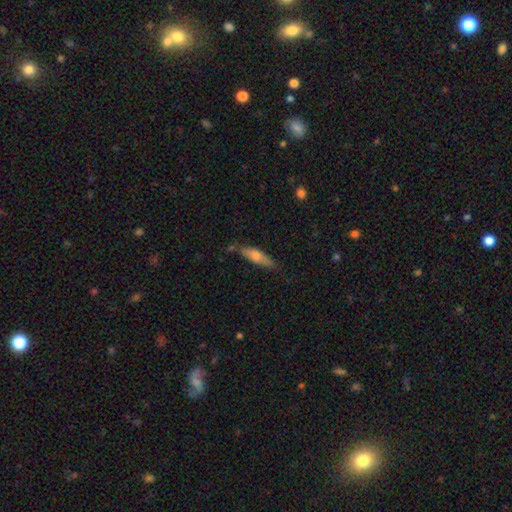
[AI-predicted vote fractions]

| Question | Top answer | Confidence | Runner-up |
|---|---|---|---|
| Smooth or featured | smooth | 57% | featured or disk (37%) |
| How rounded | cigar-shaped | 62% | in between (35%) |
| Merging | none | 68% | minor disturbance (22%) |